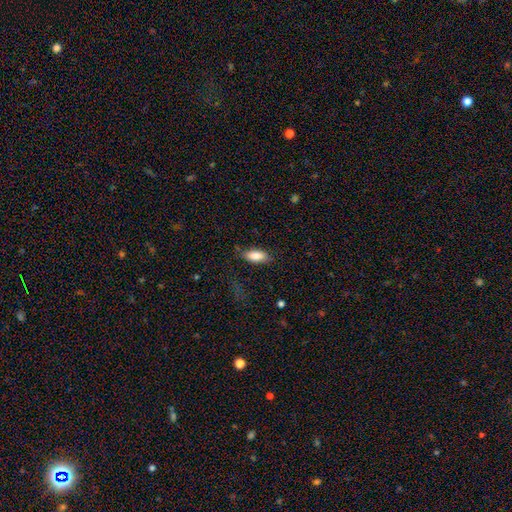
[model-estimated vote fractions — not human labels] Smooth or featured? Predicted: smooth (p=0.83). How rounded? Predicted: in between (p=0.86). Merging? Predicted: none (p=0.78).